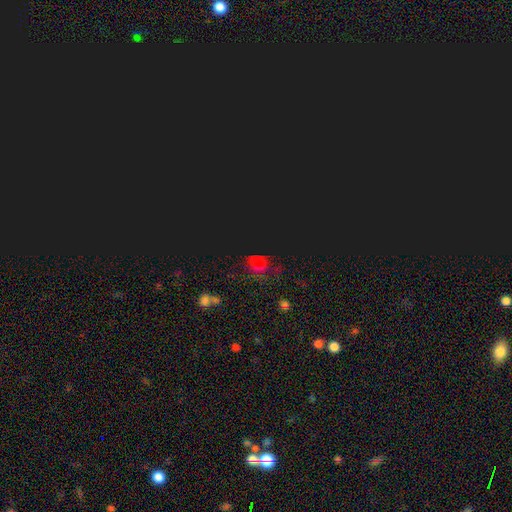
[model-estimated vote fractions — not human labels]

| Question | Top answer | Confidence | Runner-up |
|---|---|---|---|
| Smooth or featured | star or artifact | 68% | smooth (21%) |